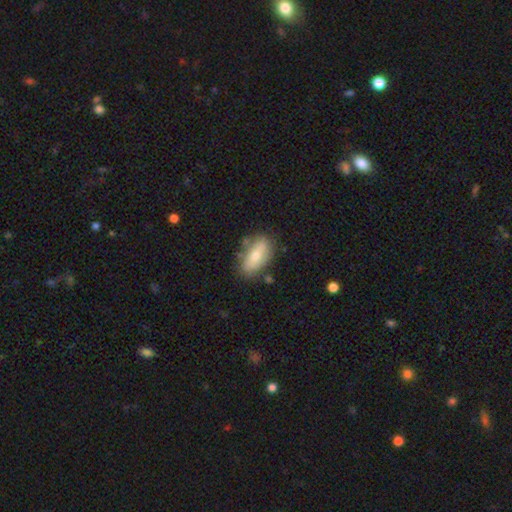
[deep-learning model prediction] smooth-or-featured: smooth: 61% | featured or disk: 33% | star or artifact: 7%
  how-rounded: in between: 85% | cigar-shaped: 11% | round: 4%
  merging: none: 76% | minor disturbance: 16% | merger: 4% | major disturbance: 4%